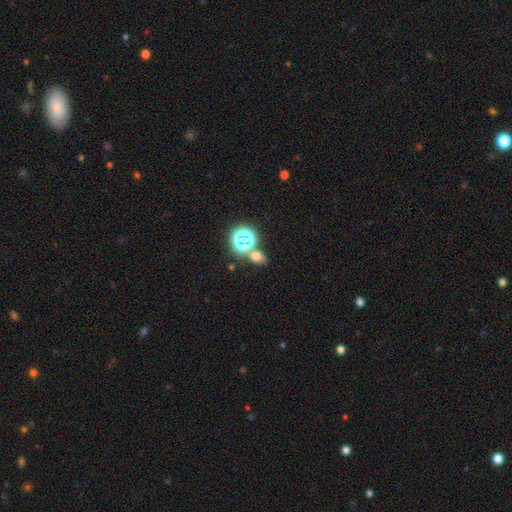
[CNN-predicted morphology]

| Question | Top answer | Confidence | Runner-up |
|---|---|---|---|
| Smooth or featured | smooth | 58% | star or artifact (33%) |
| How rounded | in between | 59% | round (38%) |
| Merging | none | 65% | merger (20%) |